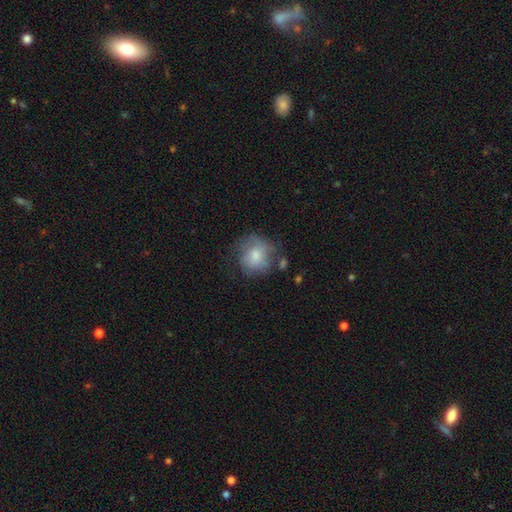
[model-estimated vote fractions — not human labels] Smooth or featured? Predicted: smooth (p=0.71). How rounded? Predicted: round (p=0.78). Merging? Predicted: none (p=0.53).